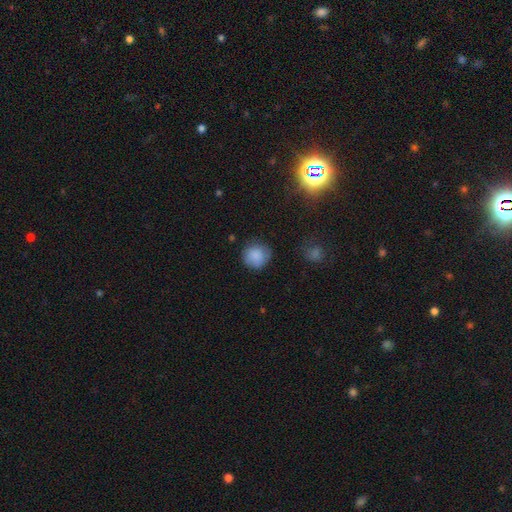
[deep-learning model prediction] smooth_or_featured: smooth (p=0.86) [alt: star or artifact p=0.08]
how_rounded: round (p=0.91) [alt: in between p=0.08]
merging: none (p=0.76) [alt: minor disturbance p=0.17]